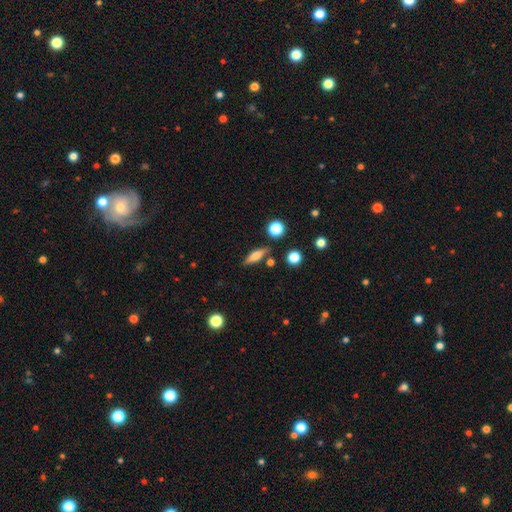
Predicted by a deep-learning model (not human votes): Smooth or featured?
  - smooth: 53% *
  - featured or disk: 38%
  - star or artifact: 9%
How rounded?
  - cigar-shaped: 58% *
  - in between: 35%
  - round: 6%
Merging?
  - none: 81% *
  - minor disturbance: 11%
  - merger: 5%
  - major disturbance: 3%